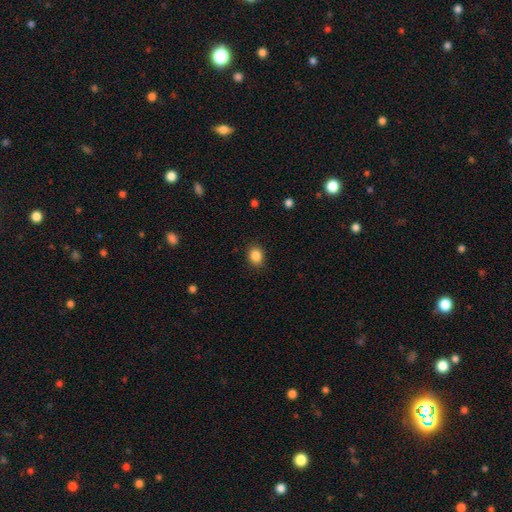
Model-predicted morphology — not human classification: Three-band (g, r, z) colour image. It shows a smooth galaxy with no disk features (86%) that is round (52%). Merging: none (87%).